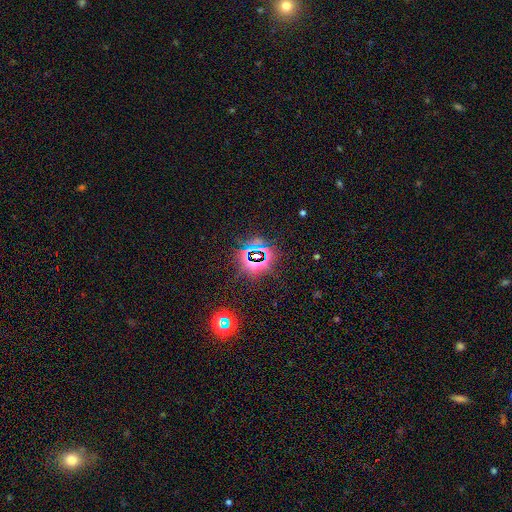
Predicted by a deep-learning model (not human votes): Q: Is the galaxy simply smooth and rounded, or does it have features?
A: star or artifact — 80%.